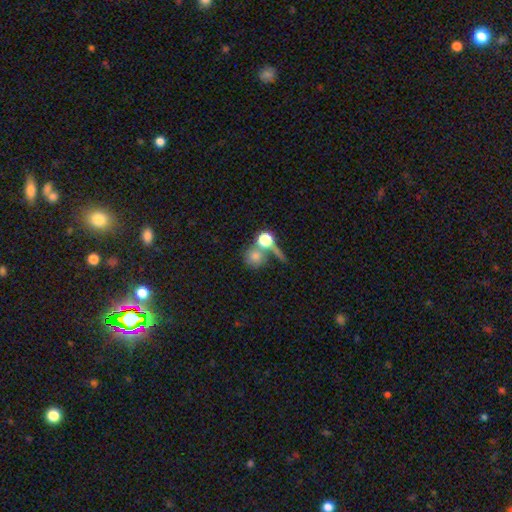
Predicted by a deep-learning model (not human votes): Smooth or featured? smooth (70%)
How rounded? round (85%)
Merging? none (42%)